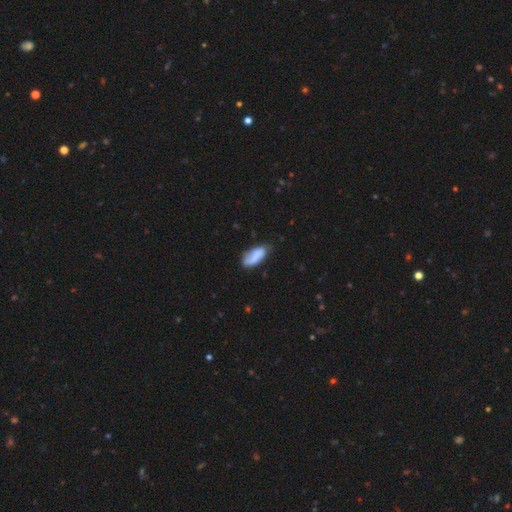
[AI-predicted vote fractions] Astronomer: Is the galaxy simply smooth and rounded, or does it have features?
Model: smooth — 68%.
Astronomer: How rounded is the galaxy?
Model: in between — 85%.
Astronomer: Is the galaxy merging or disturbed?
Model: none — 53% (runner-up: minor disturbance, 29%).